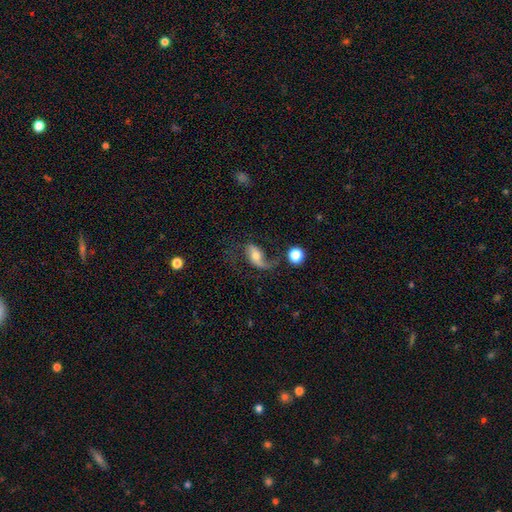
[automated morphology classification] Overall: featured or disk (67%). Edge-on disk: no (94%). Bar: no (47%; weak 34%). Spiral arms: yes (89%). Spiral arm count: 2 (65%; 1 30%). Spiral winding: loose (81%). Bulge size: moderate (56%; small 26%). Merging: none (44%; major disturbance 30%).